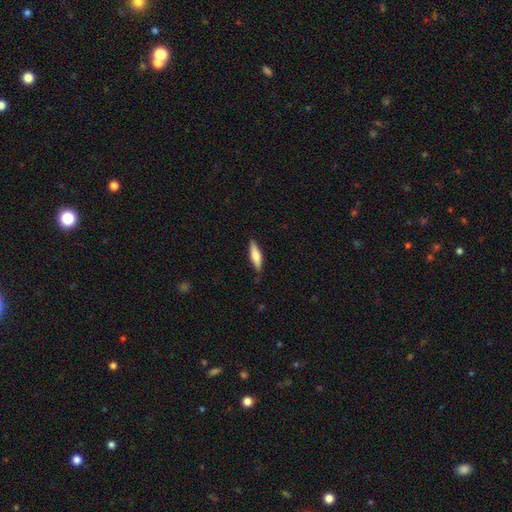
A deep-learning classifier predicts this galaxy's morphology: This is likely a smooth galaxy (68%). How rounded: likely cigar-shaped (67%). Merging: clearly none (85%).